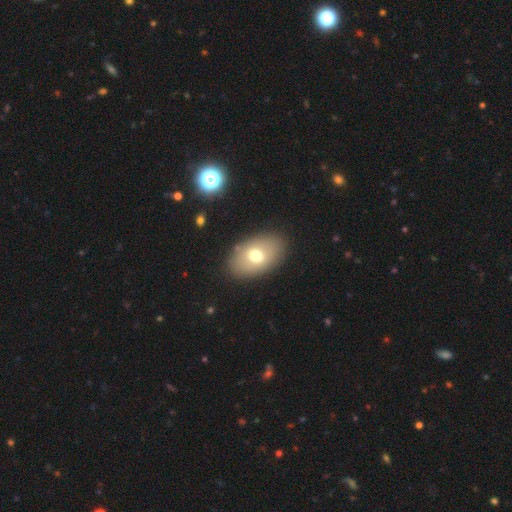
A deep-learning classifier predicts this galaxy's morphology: smooth_or_featured: smooth (p=0.68) [alt: featured or disk p=0.23]
how_rounded: in between (p=0.88) [alt: round p=0.11]
merging: none (p=0.86) [alt: minor disturbance p=0.09]